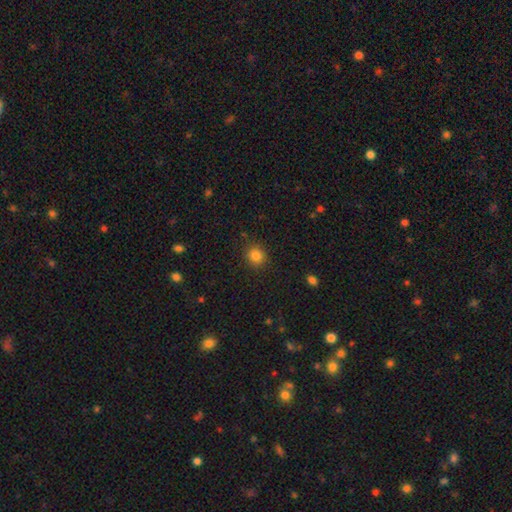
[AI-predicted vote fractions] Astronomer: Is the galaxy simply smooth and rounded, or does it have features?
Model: smooth — 84%.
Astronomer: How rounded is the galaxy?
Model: round — 85%.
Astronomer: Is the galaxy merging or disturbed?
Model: none — 89%.